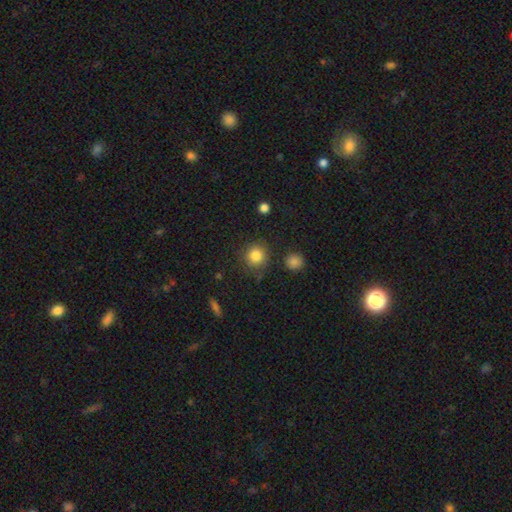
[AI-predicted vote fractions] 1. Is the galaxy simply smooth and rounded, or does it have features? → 84% smooth, 10% star or artifact, 5% featured or disk.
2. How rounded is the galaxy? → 92% round, 7% in between, 1% cigar-shaped.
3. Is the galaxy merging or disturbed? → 82% none, 11% minor disturbance, 4% major disturbance, 3% merger.